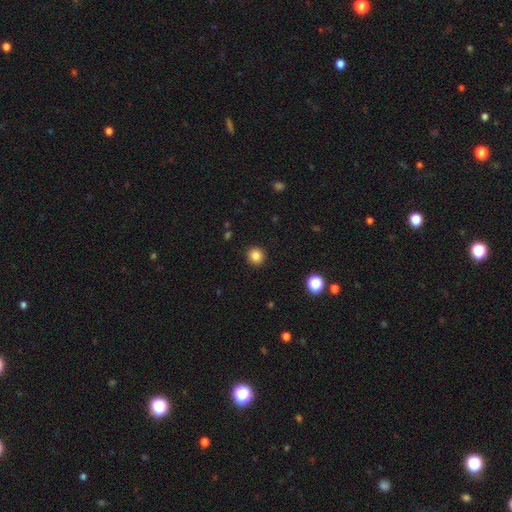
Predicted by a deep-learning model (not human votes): Q: Smooth or featured?
A: smooth (84%); runner-up: star or artifact (11%)
Q: How rounded?
A: round (92%); runner-up: in between (7%)
Q: Merging?
A: none (92%); runner-up: minor disturbance (5%)